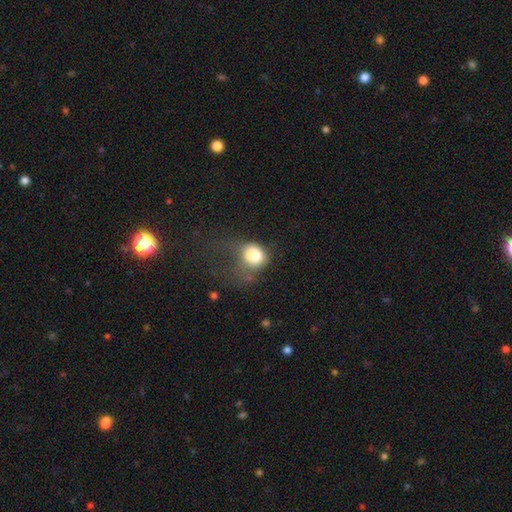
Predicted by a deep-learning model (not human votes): smooth 75%, featured or disk 15%, star or artifact 11%. Down the decision tree: how rounded — round (54%); merging — major disturbance (42%).